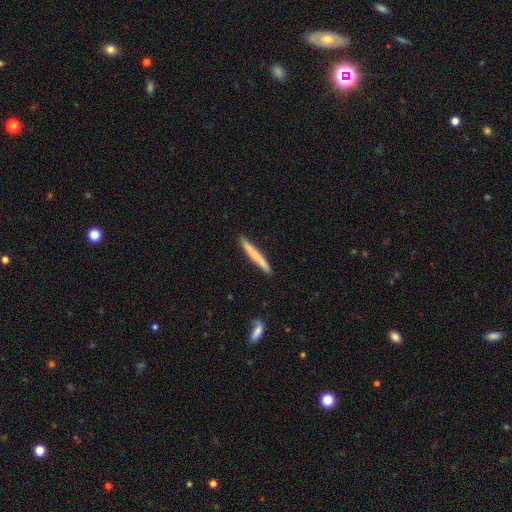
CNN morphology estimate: A smooth galaxy with no disk features (57%) that is cigar-shaped (96%).

Vote fractions:
- Smooth or featured? smooth: 57% / featured or disk: 38% / star or artifact: 5%
- How rounded? cigar-shaped: 96% / in between: 3% / round: 1%
- Merging? none: 89% / minor disturbance: 8% / merger: 2% / major disturbance: 2%